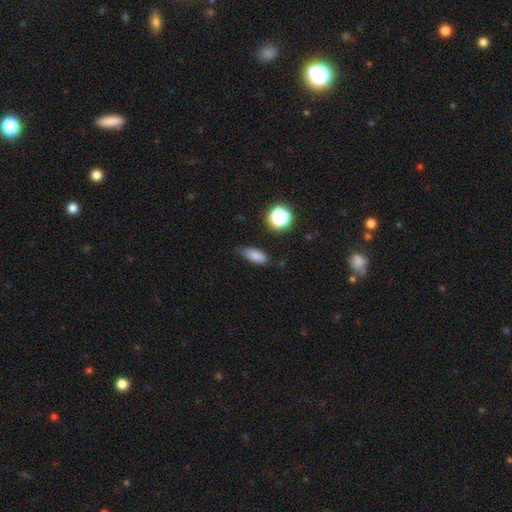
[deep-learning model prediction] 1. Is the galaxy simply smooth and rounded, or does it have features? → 82% smooth, 11% star or artifact, 7% featured or disk.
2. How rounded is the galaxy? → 72% in between, 21% cigar-shaped, 7% round.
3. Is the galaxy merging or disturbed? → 65% none, 28% minor disturbance, 5% major disturbance, 2% merger.